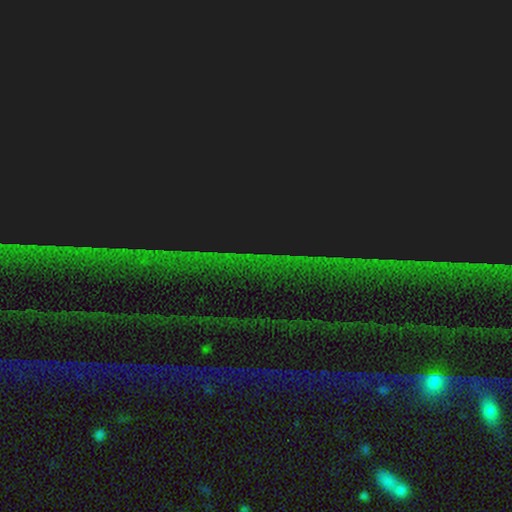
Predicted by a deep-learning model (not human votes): smooth_or_featured: star or artifact (p=0.88) [alt: smooth p=0.06]